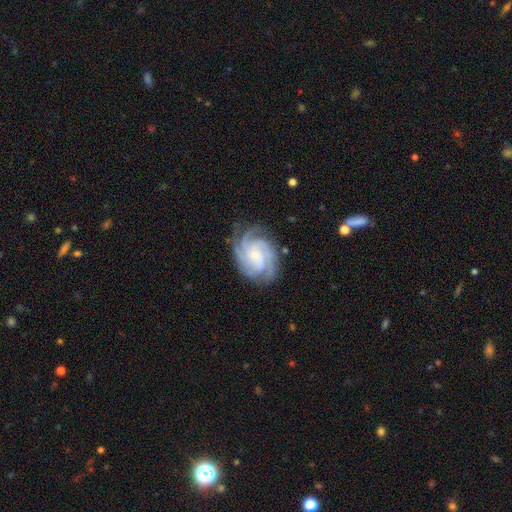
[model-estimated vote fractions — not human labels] A featured or disk galaxy (90%) with no bar (70%), 4 (49%) tight (68%) spiral arms (99%) and a small central bulge (73%). Merging: none (79%).